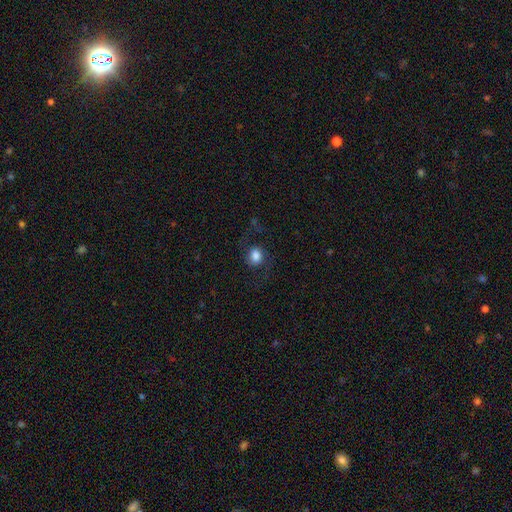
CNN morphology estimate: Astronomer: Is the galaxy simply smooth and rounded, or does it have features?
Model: smooth — 59%.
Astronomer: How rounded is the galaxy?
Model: round — 68%.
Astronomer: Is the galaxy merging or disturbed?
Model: none — 69%.